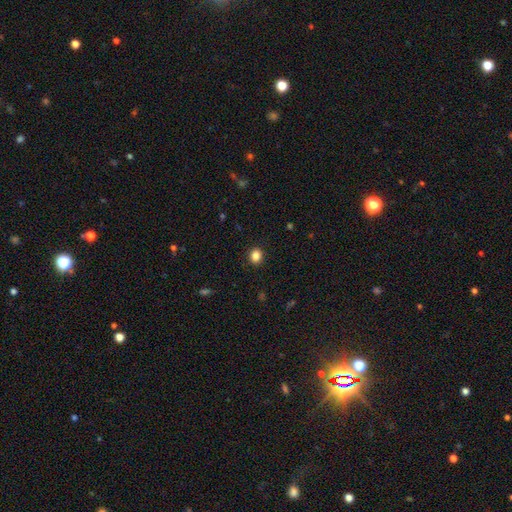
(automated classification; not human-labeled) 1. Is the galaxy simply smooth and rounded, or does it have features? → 85% smooth, 11% star or artifact, 4% featured or disk.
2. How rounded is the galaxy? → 70% round, 29% in between, 1% cigar-shaped.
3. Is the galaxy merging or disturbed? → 91% none, 6% minor disturbance, 2% major disturbance, 1% merger.